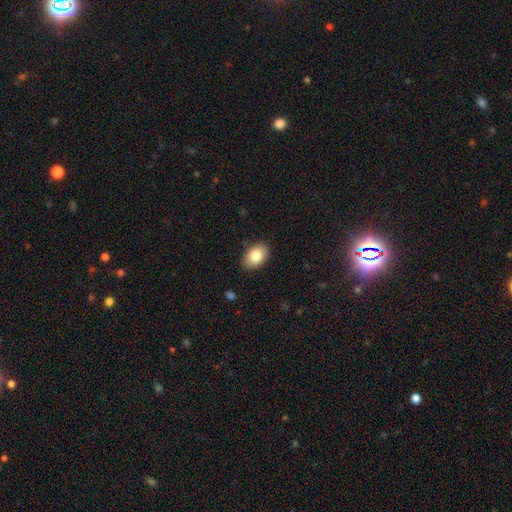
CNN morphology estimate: Smooth or featured? smooth (84%)
How rounded? in between (88%)
Merging? none (87%)